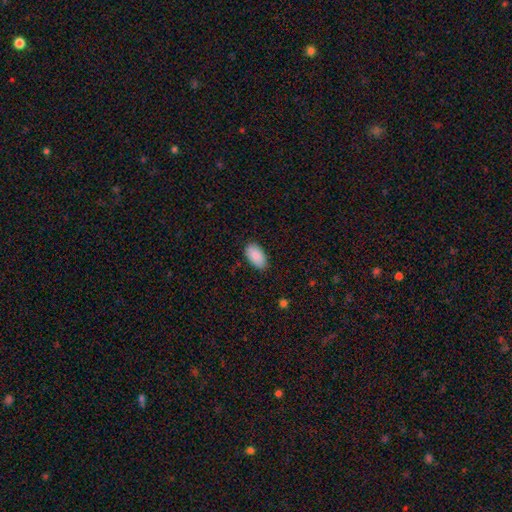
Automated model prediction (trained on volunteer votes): The model was most divided on "merging": none: 85%, minor disturbance: 12%, major disturbance: 2%, merger: 1%. More confident: how rounded — in between (95%); smooth or featured — smooth (89%).